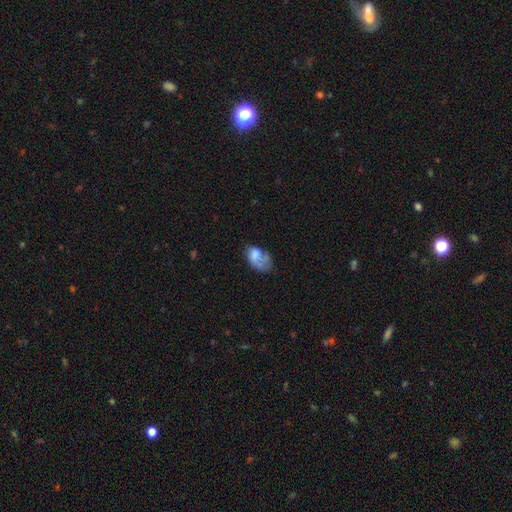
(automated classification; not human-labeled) smooth_or_featured: smooth (p=0.58) [alt: featured or disk p=0.33]
how_rounded: in between (p=0.87) [alt: round p=0.11]
merging: major disturbance (p=0.39) [alt: none p=0.27]